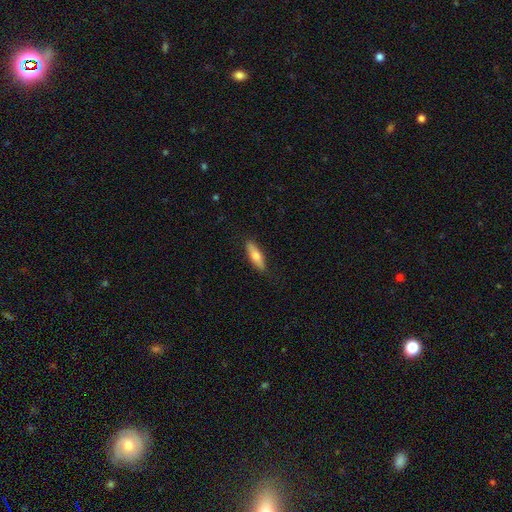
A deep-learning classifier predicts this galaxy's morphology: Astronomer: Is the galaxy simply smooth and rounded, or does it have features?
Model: smooth — 67%.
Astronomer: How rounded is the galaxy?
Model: cigar-shaped — 55% (runner-up: in between, 43%).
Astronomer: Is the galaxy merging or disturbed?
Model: none — 87%.